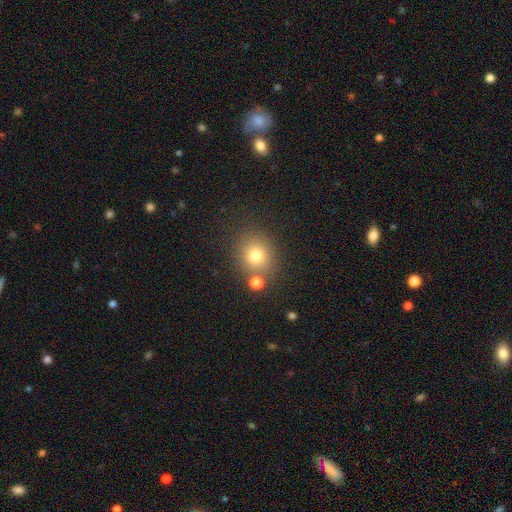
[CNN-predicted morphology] type=smooth (78%); roundness=round (78%); merging=none (73%).